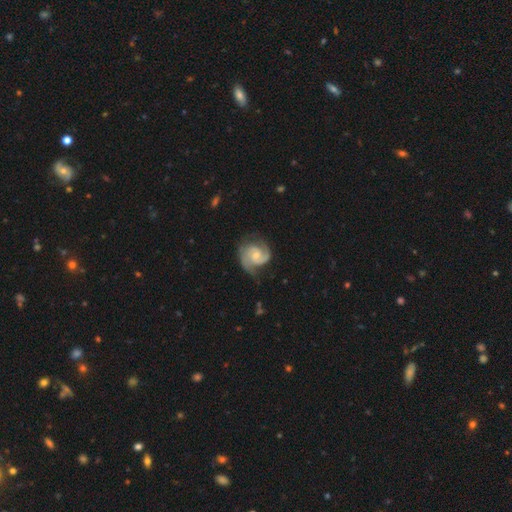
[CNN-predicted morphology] Q: Smooth or featured?
A: featured or disk (87%); runner-up: smooth (9%)
Q: Edge-on disk?
A: no (98%); runner-up: yes (2%)
Q: Bar?
A: no (60%); runner-up: weak (34%)
Q: Spiral arms?
A: yes (97%); runner-up: no (3%)
Q: Spiral winding?
A: medium (47%); runner-up: tight (40%)
Q: Spiral arm count?
A: 2 (82%); runner-up: 1 (7%)
Q: Bulge size?
A: small (54%); runner-up: moderate (38%)
Q: Merging?
A: none (66%); runner-up: minor disturbance (22%)